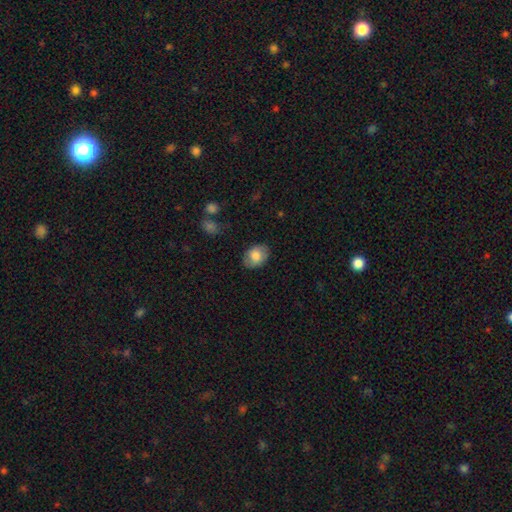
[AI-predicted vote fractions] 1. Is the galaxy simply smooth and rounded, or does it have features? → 77% smooth, 16% featured or disk, 7% star or artifact.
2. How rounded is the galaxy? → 74% in between, 25% round, 1% cigar-shaped.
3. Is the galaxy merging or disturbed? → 82% none, 13% minor disturbance, 3% major disturbance, 1% merger.